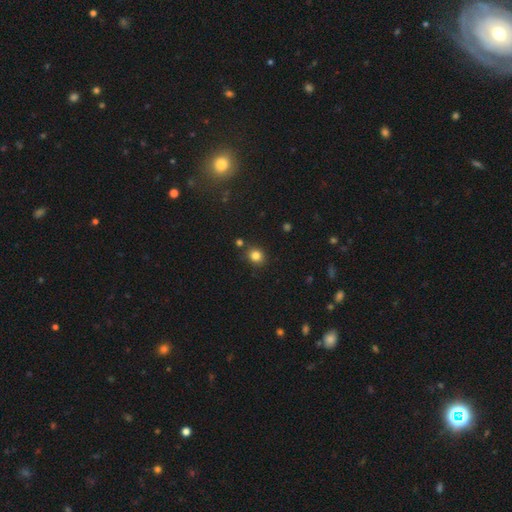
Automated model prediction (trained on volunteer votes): smooth-or-featured: smooth: 82% | star or artifact: 13% | featured or disk: 5%
  how-rounded: round: 79% | in between: 20% | cigar-shaped: 1%
  merging: none: 83% | minor disturbance: 9% | merger: 5% | major disturbance: 3%